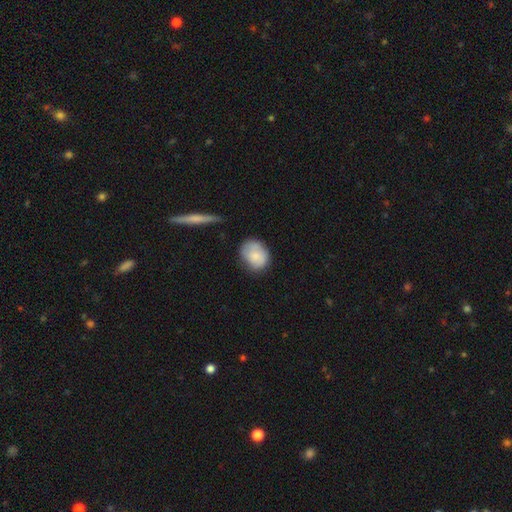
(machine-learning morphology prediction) A smooth galaxy with no disk features (77%) that is round (54%).

Vote fractions:
- Smooth or featured? smooth: 77% / featured or disk: 16% / star or artifact: 7%
- How rounded? round: 54% / in between: 44% / cigar-shaped: 1%
- Merging? none: 66% / minor disturbance: 25% / major disturbance: 6% / merger: 3%